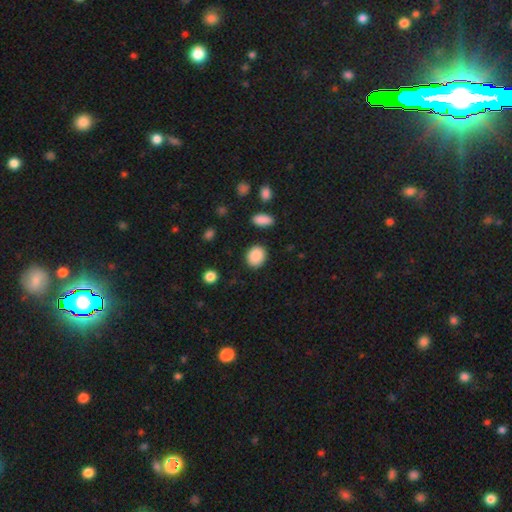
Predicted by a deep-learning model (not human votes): Overall: smooth (89%). How rounded: round (60%; in between 39%). Merging: none (88%).